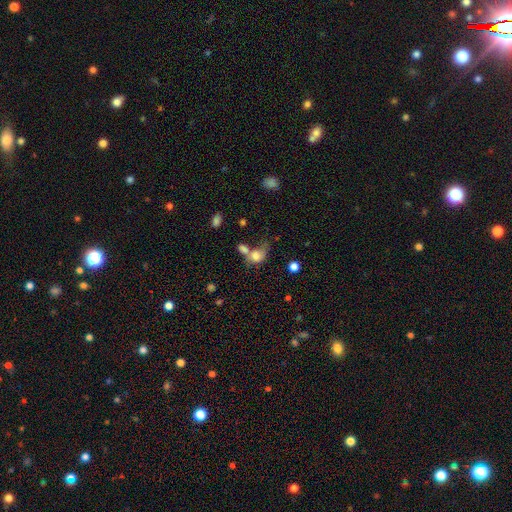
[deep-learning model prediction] Smooth or featured: smooth — 69% (featured or disk — 20%)
How rounded: in between — 54% (round — 44%)
Merging: merger — 44% (none — 22%)